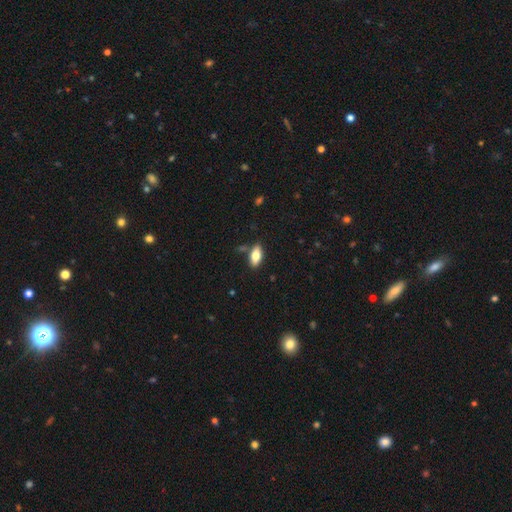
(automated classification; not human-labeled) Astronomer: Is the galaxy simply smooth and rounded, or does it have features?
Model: smooth — 75%.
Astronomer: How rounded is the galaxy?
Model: in between — 85%.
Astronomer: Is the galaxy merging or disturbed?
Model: none — 81%.